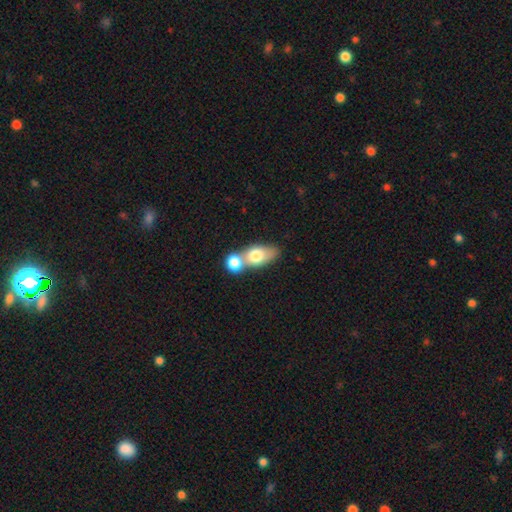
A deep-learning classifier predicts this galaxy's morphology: smooth_or_featured: smooth (p=0.73) [alt: featured or disk p=0.20]
how_rounded: in between (p=0.75) [alt: round p=0.18]
merging: merger (p=0.67) [alt: none p=0.21]